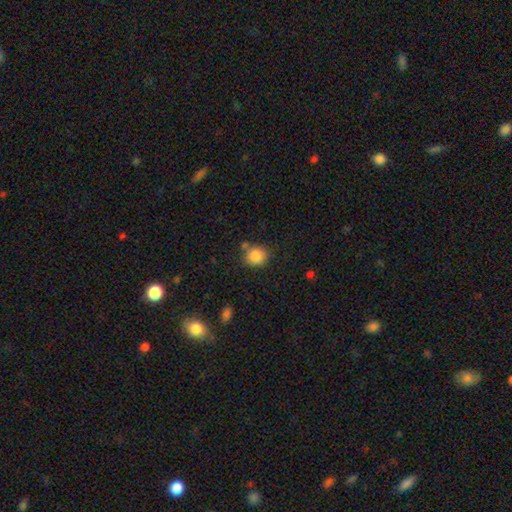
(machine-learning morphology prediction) The model was most divided on "merging": none: 72%, minor disturbance: 14%, merger: 9%, major disturbance: 4%. More confident: smooth or featured — smooth (87%); how rounded — round (79%).